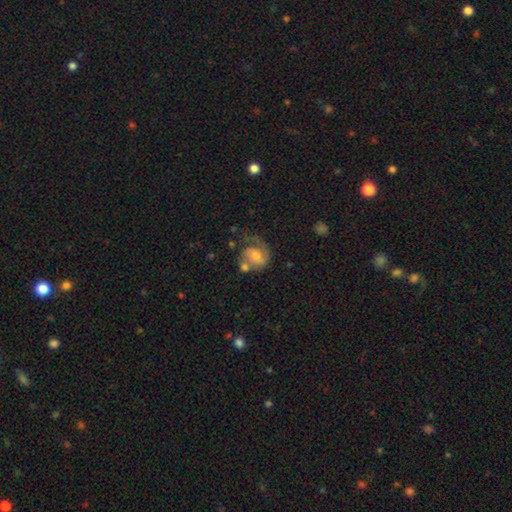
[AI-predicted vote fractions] smooth_or_featured: featured or disk (p=0.67) [alt: smooth p=0.25]
disk_edge_on: no (p=0.97) [alt: yes p=0.03]
bar: no (p=0.48) [alt: weak p=0.41]
has_spiral_arms: yes (p=0.88) [alt: no p=0.12]
spiral_winding: medium (p=0.43) [alt: tight p=0.31]
spiral_arm_count: 1 (p=0.48) [alt: 2 p=0.40]
bulge_size: moderate (p=0.47) [alt: small p=0.38]
merging: none (p=0.41) [alt: major disturbance p=0.24]